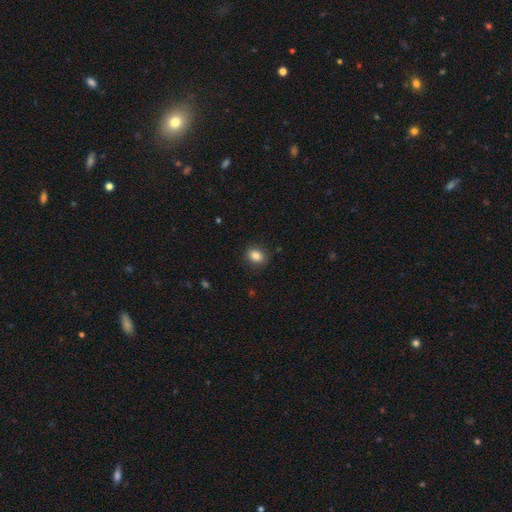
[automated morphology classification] Q: Smooth or featured?
A: smooth (86%); runner-up: star or artifact (9%)
Q: How rounded?
A: in between (59%); runner-up: round (40%)
Q: Merging?
A: none (88%); runner-up: minor disturbance (9%)